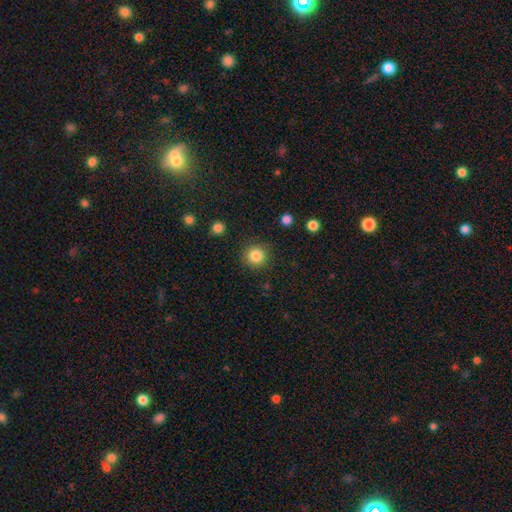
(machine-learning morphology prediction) The model was most divided on "smooth or featured": smooth: 85%, star or artifact: 10%, featured or disk: 5%. More confident: how rounded — round (94%); merging — none (89%).